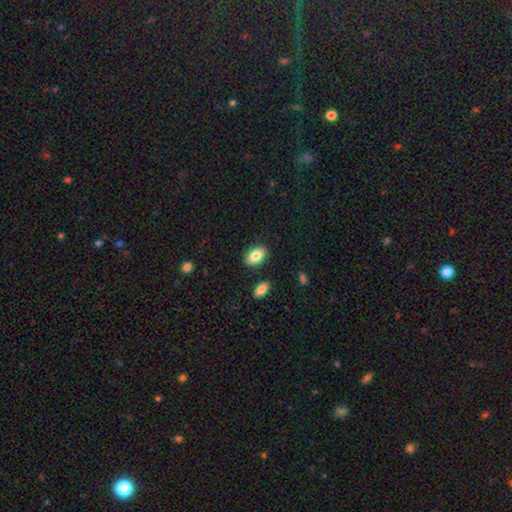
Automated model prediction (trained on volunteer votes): This is clearly a smooth galaxy (83%). How rounded: clearly in between (89%). Merging: clearly none (86%).